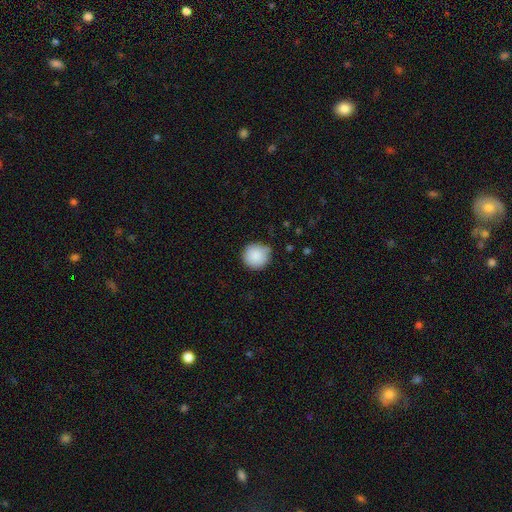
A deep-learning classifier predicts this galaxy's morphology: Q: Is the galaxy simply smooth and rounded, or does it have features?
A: smooth — 88%.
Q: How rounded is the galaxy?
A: round — 95%.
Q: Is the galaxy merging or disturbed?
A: none — 80%.